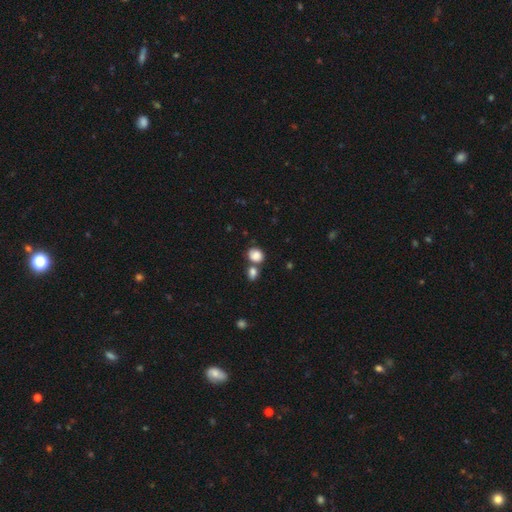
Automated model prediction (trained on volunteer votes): Q: Smooth or featured?
A: smooth (85%); runner-up: star or artifact (9%)
Q: How rounded?
A: round (61%); runner-up: in between (38%)
Q: Merging?
A: none (49%); runner-up: merger (35%)